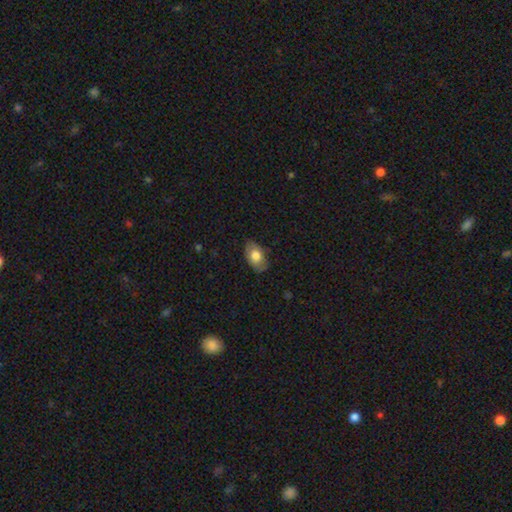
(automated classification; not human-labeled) Overall: smooth (73%). How rounded: in between (90%). Merging: none (76%).